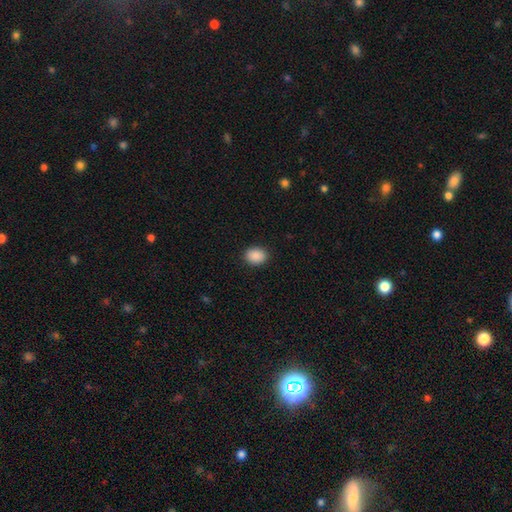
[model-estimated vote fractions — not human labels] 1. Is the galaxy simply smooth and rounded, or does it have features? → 90% smooth, 8% star or artifact, 3% featured or disk.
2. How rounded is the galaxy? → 60% in between, 39% round, 1% cigar-shaped.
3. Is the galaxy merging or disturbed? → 90% none, 7% minor disturbance, 2% major disturbance, 1% merger.